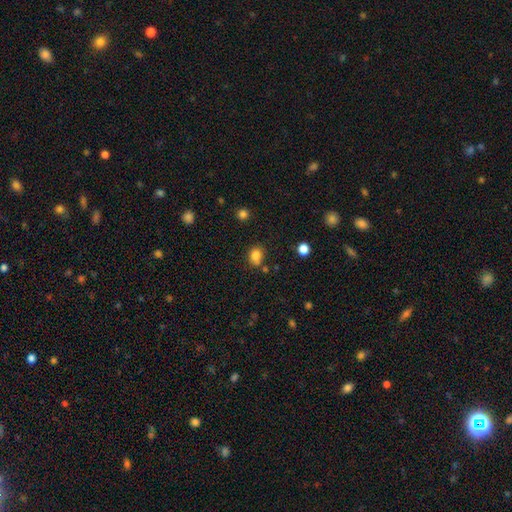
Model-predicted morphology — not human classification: This appears to be a smooth galaxy with no disk features (82%) that is round (50%). Merging: none (71%).